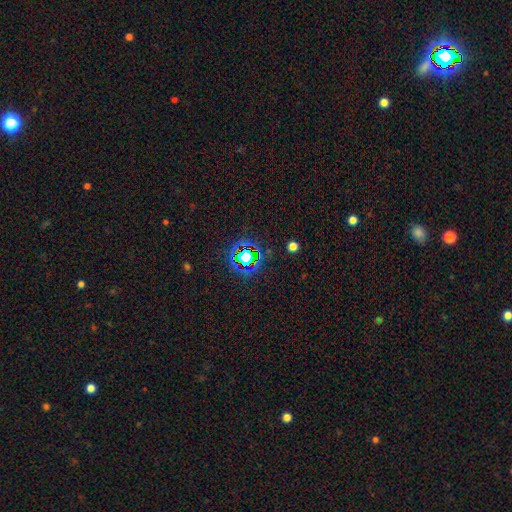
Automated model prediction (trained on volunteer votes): star or artifact 76%, smooth 15%, featured or disk 9%.